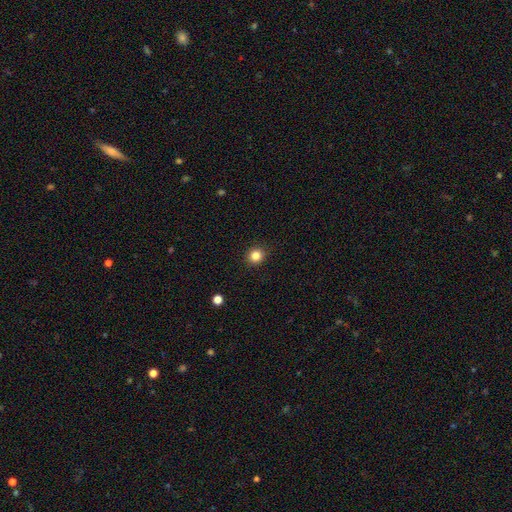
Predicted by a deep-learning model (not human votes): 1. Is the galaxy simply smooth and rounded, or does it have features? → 84% smooth, 12% star or artifact, 5% featured or disk.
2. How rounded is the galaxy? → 87% round, 12% in between, 1% cigar-shaped.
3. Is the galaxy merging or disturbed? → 91% none, 6% minor disturbance, 2% major disturbance, 1% merger.